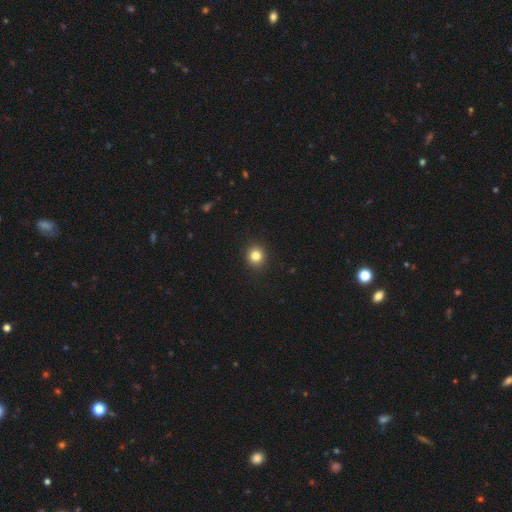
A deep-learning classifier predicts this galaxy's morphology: smooth_or_featured: smooth (p=0.83) [alt: star or artifact p=0.12]
how_rounded: round (p=0.89) [alt: in between p=0.10]
merging: none (p=0.92) [alt: minor disturbance p=0.05]